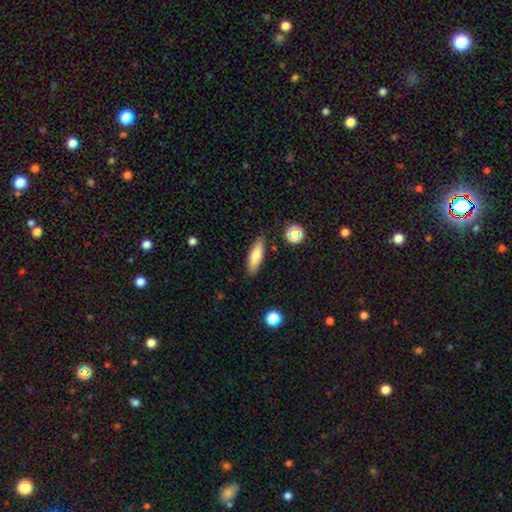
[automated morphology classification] A smooth galaxy with no disk features (73%) that is cigar-shaped (50%).

Vote fractions:
- Smooth or featured? smooth: 73% / featured or disk: 19% / star or artifact: 8%
- How rounded? cigar-shaped: 50% / in between: 48% / round: 2%
- Merging? none: 87% / minor disturbance: 9% / major disturbance: 2% / merger: 2%